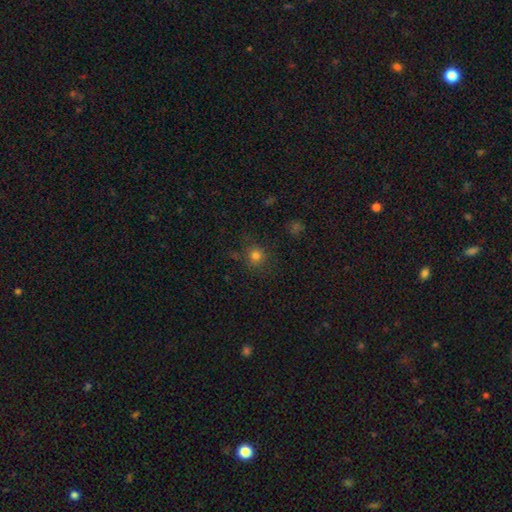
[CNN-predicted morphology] This is likely a smooth galaxy (77%). How rounded: clearly round (91%). Merging: clearly none (82%).